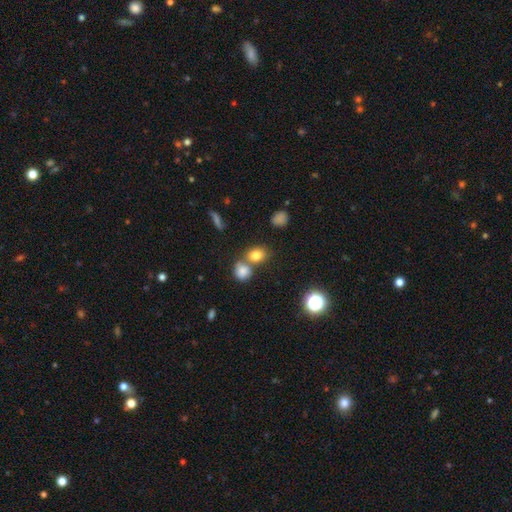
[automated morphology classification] Overall: smooth (77%). How rounded: round (55%; in between 44%). Merging: none (51%; merger 36%).